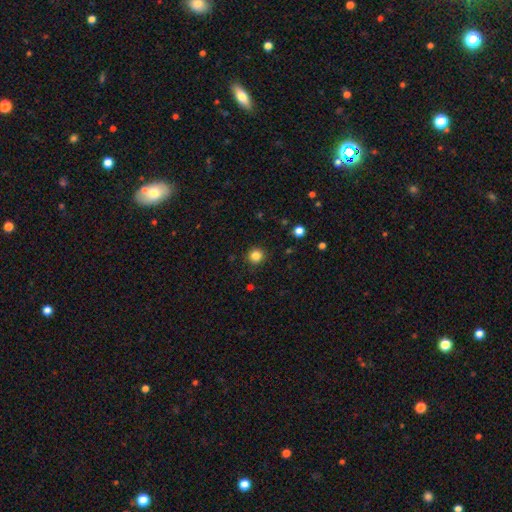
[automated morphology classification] A smooth galaxy with no disk features (84%) that is round (93%). Merging: none (90%).